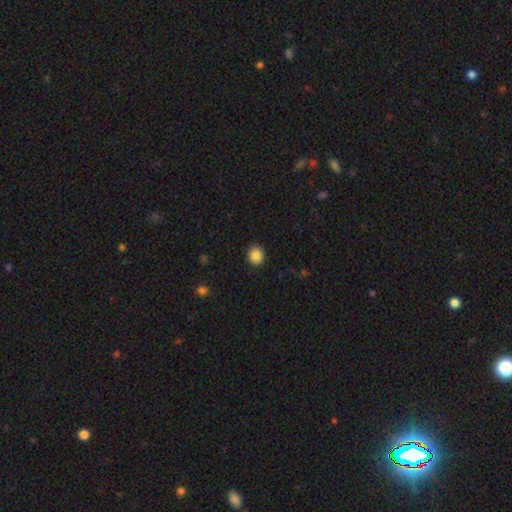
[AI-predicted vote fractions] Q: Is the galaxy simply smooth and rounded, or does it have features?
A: smooth — 87%.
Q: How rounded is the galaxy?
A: round — 79%.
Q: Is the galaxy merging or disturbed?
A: none — 91%.